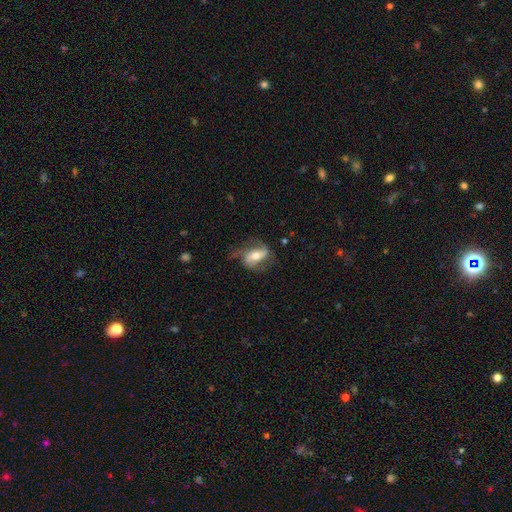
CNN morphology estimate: Smooth or featured? Predicted: featured or disk (p=0.64). Edge-on disk? Predicted: no (p=0.91). Bar? Predicted: strong (p=0.36). Spiral arms? Predicted: yes (p=0.84). Bulge size? Predicted: moderate (p=0.64). Merging? Predicted: none (p=0.59).